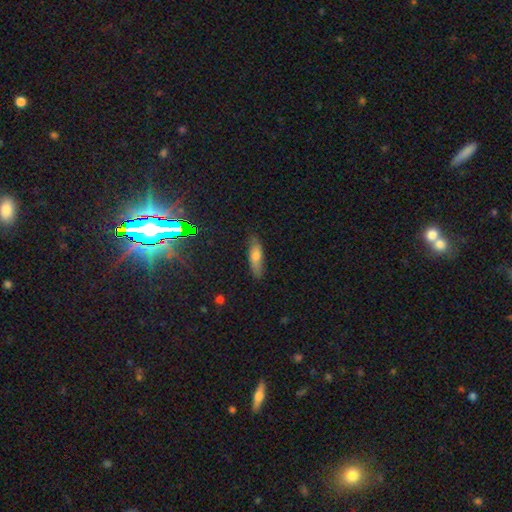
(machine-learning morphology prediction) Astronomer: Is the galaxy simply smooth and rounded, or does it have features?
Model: smooth — 64%.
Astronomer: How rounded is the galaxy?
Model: cigar-shaped — 52% (runner-up: in between, 45%).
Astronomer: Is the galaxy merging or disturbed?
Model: none — 82%.